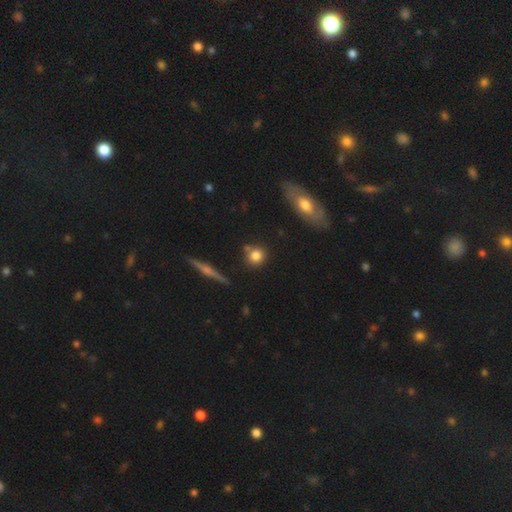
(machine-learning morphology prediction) A smooth galaxy with no disk features (80%) that is round (88%). Merging: none (77%).